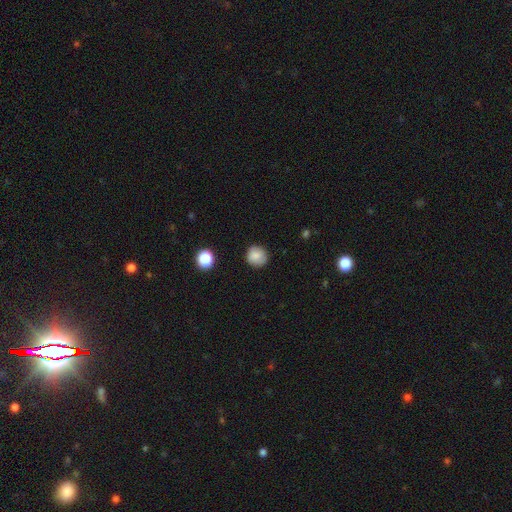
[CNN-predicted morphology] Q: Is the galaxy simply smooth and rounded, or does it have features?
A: smooth — 85%.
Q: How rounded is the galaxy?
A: round — 93%.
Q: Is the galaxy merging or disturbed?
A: none — 87%.